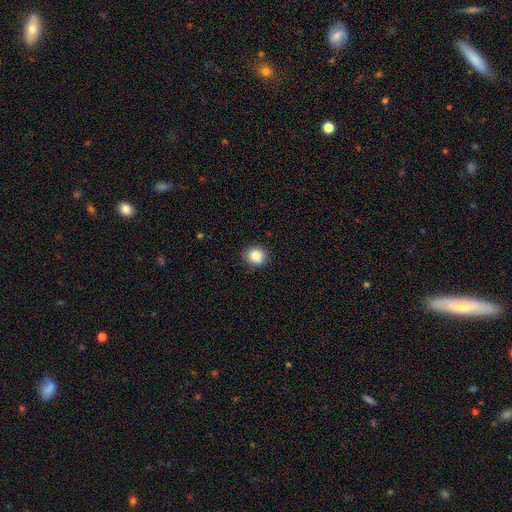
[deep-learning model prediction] Q: Smooth or featured?
A: smooth (84%); runner-up: star or artifact (10%)
Q: How rounded?
A: round (81%); runner-up: in between (18%)
Q: Merging?
A: none (86%); runner-up: minor disturbance (10%)